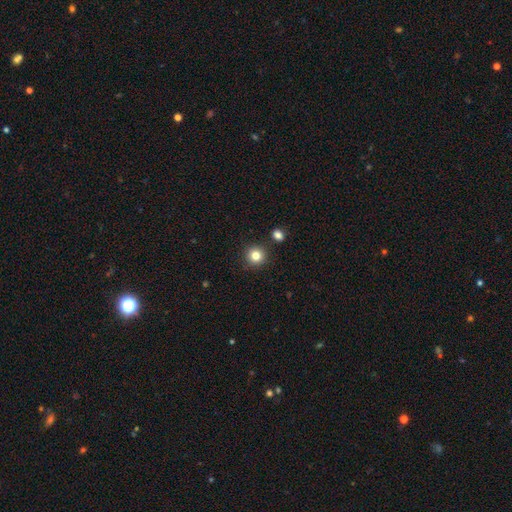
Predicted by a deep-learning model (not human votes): Overall: smooth (82%). How rounded: round (93%). Merging: none (88%).